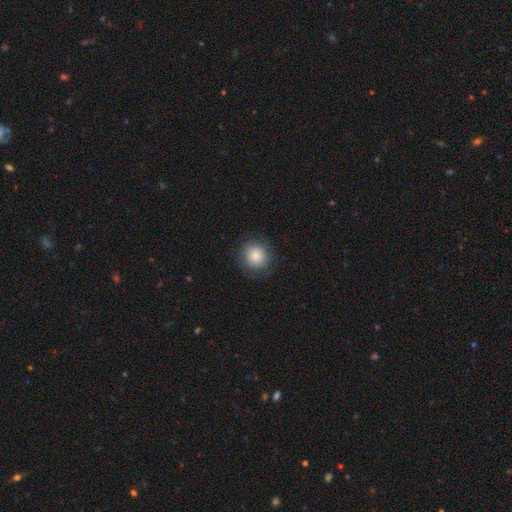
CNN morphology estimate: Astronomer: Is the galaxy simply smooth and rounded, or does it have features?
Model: smooth — 83%.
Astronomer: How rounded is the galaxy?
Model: round — 89%.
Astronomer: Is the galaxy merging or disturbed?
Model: none — 87%.